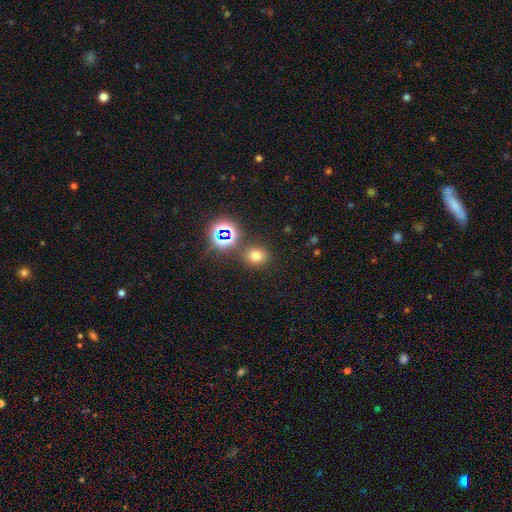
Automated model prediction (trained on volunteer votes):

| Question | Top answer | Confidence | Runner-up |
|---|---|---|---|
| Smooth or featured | smooth | 67% | star or artifact (25%) |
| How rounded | round | 68% | in between (31%) |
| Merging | none | 80% | minor disturbance (9%) |